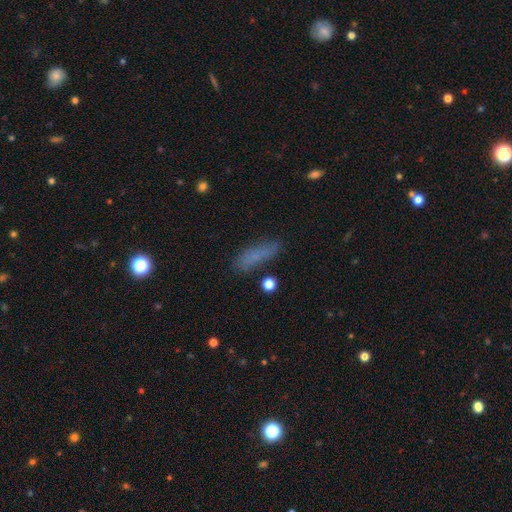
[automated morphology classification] Q: Smooth or featured?
A: smooth (77%); runner-up: featured or disk (12%)
Q: How rounded?
A: cigar-shaped (56%); runner-up: in between (41%)
Q: Merging?
A: none (74%); runner-up: minor disturbance (18%)